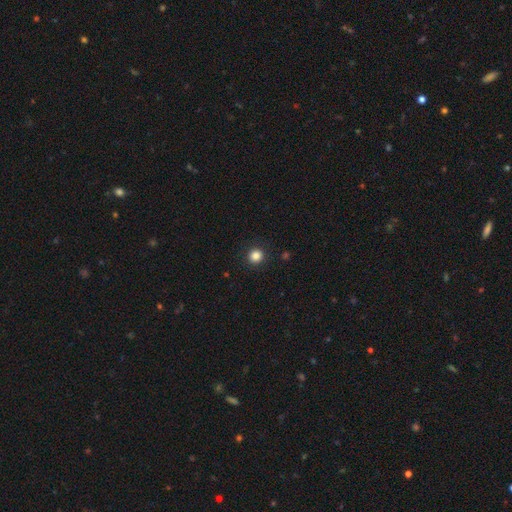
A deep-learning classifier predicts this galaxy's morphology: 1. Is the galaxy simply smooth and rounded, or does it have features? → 85% smooth, 12% star or artifact, 3% featured or disk.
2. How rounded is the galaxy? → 91% round, 9% in between, 1% cigar-shaped.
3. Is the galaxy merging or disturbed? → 91% none, 6% minor disturbance, 2% major disturbance, 1% merger.